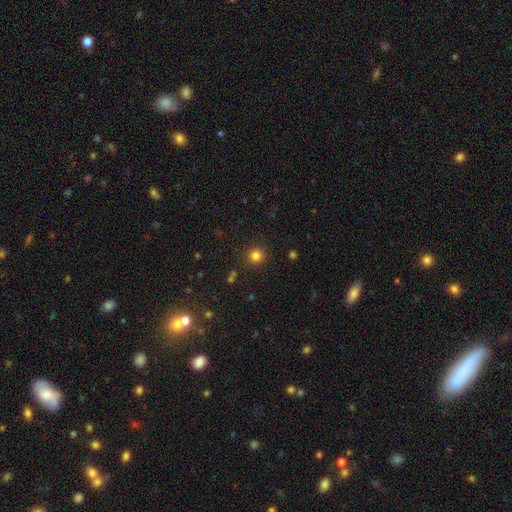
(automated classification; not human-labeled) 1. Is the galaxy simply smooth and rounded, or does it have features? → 81% smooth, 14% star or artifact, 5% featured or disk.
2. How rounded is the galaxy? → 93% round, 6% in between, 1% cigar-shaped.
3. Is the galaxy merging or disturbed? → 90% none, 6% minor disturbance, 3% major disturbance, 2% merger.